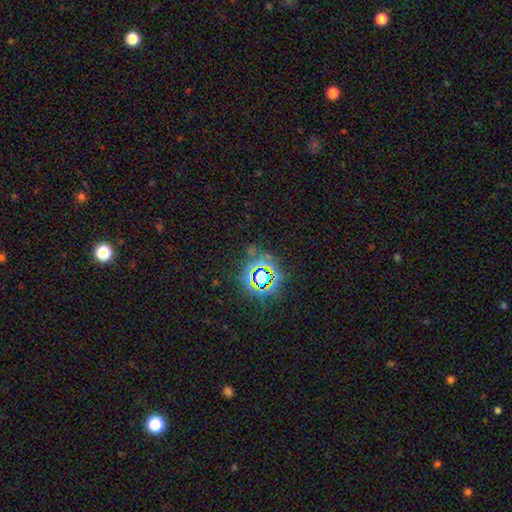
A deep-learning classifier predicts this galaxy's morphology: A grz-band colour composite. It shows a star or artifact, not a galaxy (77%).